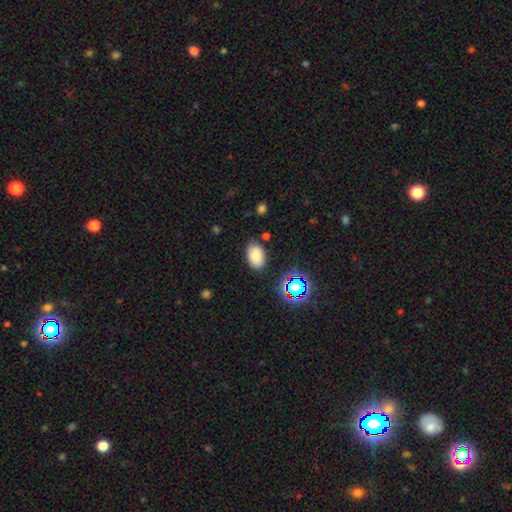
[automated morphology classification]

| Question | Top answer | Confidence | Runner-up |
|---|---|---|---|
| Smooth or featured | smooth | 79% | star or artifact (13%) |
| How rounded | in between | 89% | round (10%) |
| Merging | none | 80% | minor disturbance (14%) |